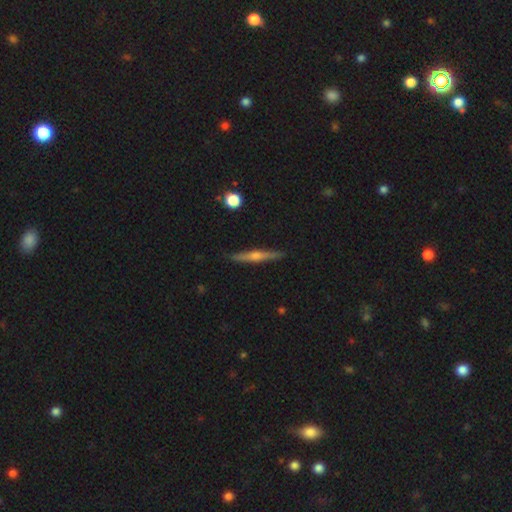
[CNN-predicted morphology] type=featured or disk (66%); edge-on=yes (98%); edge-on bulge=rounded (83%); merging=none (90%).